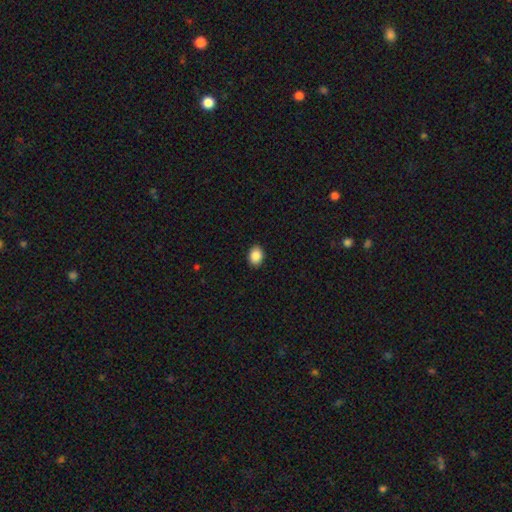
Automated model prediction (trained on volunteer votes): This is clearly a smooth galaxy (88%). How rounded: likely in between (65%). Merging: clearly none (90%).